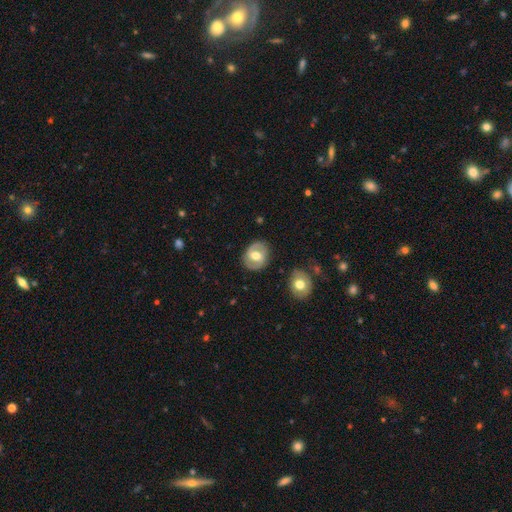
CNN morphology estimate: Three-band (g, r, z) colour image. It shows a featured or disk galaxy (61%) with a weak bar (45%), spiral arms (68%) and a moderate central bulge (76%). Merging: none (83%).